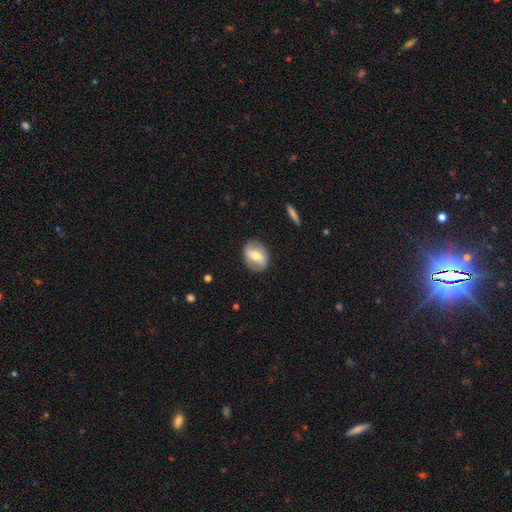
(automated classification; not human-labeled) A smooth galaxy with no disk features (48%). Merging: none (83%).